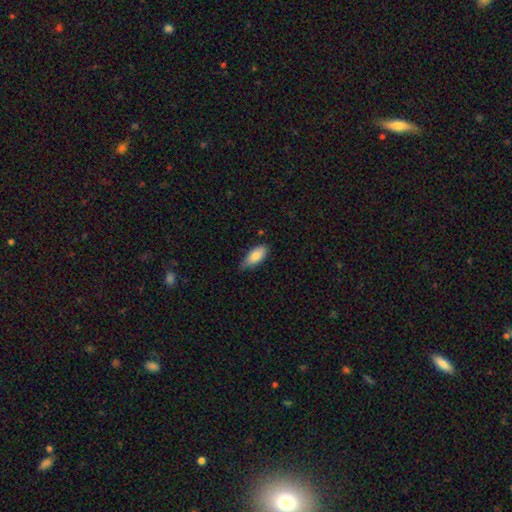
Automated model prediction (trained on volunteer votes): smooth_or_featured: smooth (p=0.84) [alt: featured or disk p=0.10]
how_rounded: in between (p=0.88) [alt: cigar-shaped p=0.10]
merging: none (p=0.64) [alt: minor disturbance p=0.31]